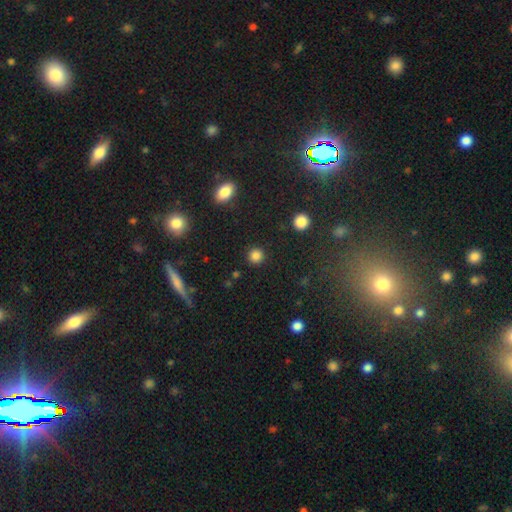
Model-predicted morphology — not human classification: The model was most divided on "smooth or featured": smooth: 83%, star or artifact: 13%, featured or disk: 4%. More confident: how rounded — round (93%); merging — none (90%).